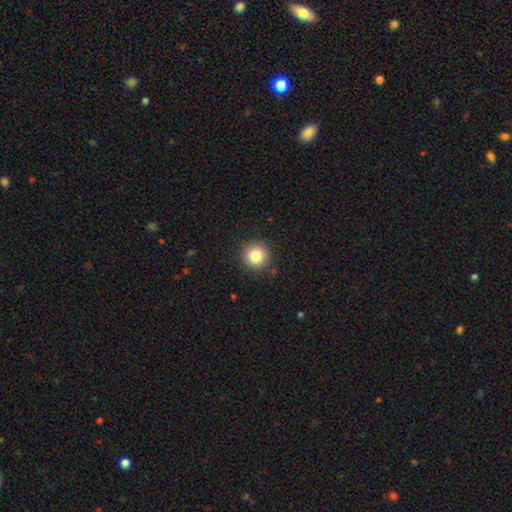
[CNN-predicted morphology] Overall: smooth (83%). How rounded: round (95%). Merging: none (91%).